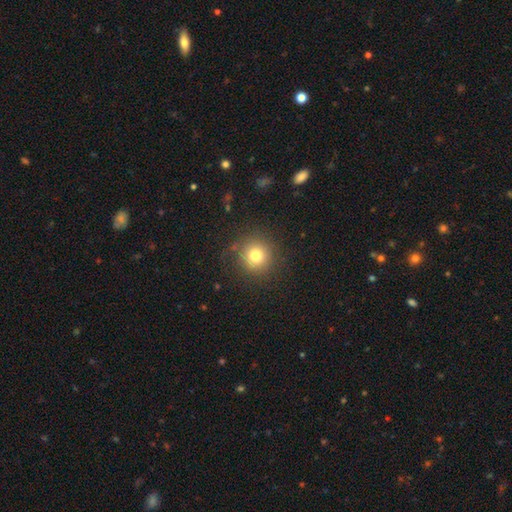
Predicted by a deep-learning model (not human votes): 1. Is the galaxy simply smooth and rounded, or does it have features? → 78% smooth, 14% star or artifact, 9% featured or disk.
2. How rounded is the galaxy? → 94% round, 5% in between, 1% cigar-shaped.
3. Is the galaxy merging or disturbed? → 86% none, 9% minor disturbance, 4% major disturbance, 1% merger.